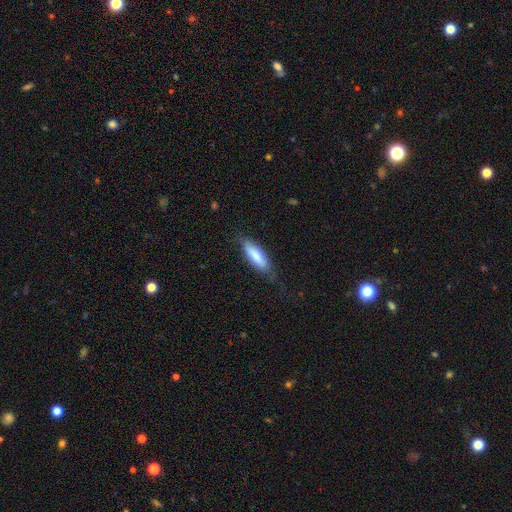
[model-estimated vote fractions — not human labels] Smooth or featured? smooth (75%)
How rounded? in between (59%)
Merging? none (68%)